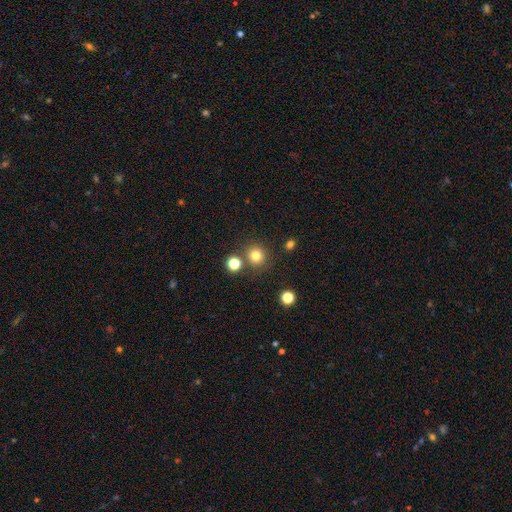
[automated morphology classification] A smooth galaxy with no disk features (79%) that is round (92%). Merging: none (82%).